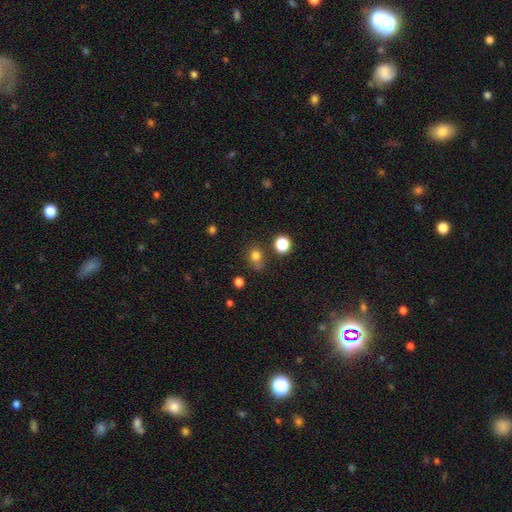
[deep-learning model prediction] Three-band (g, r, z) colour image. It shows a smooth galaxy with no disk features (77%) that is round (70%). Merging: none (61%).